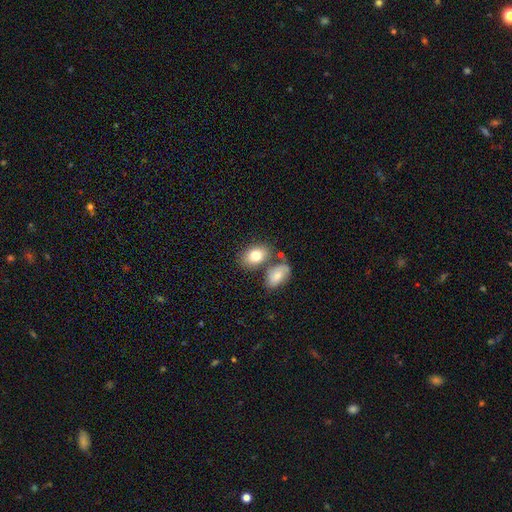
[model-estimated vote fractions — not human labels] This is likely a smooth galaxy (78%). How rounded: clearly in between (84%). Merging: possibly none (60%).